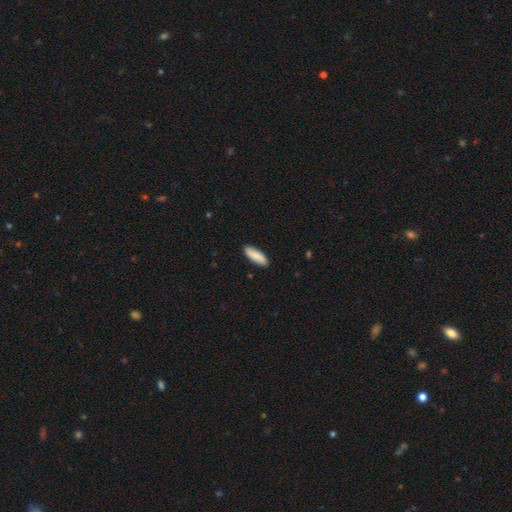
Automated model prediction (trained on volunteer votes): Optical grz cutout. It shows a smooth galaxy with no disk features (88%) that is in between round and cigar-shaped (52%). Merging: none (89%).